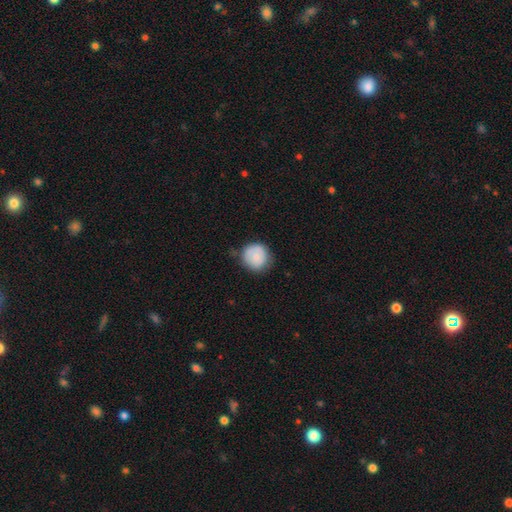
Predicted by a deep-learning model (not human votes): Morphology: type=smooth (78%); roundness=round (90%); merging=none (72%).